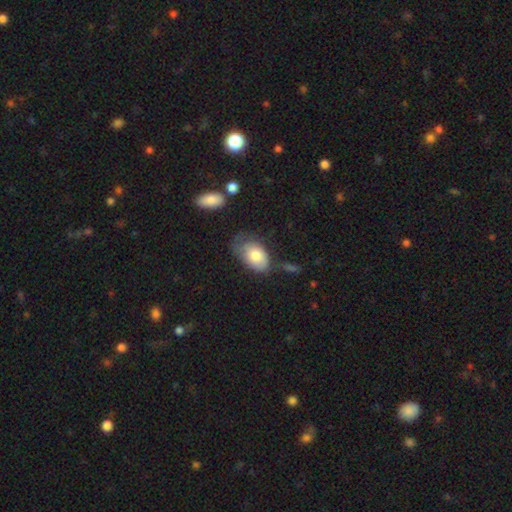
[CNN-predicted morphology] A smooth galaxy with no disk features (75%) that is in between round and cigar-shaped (87%).

Vote fractions:
- Smooth or featured? smooth: 75% / featured or disk: 18% / star or artifact: 7%
- How rounded? in between: 87% / round: 12% / cigar-shaped: 1%
- Merging? none: 39% / minor disturbance: 35% / major disturbance: 20% / merger: 6%